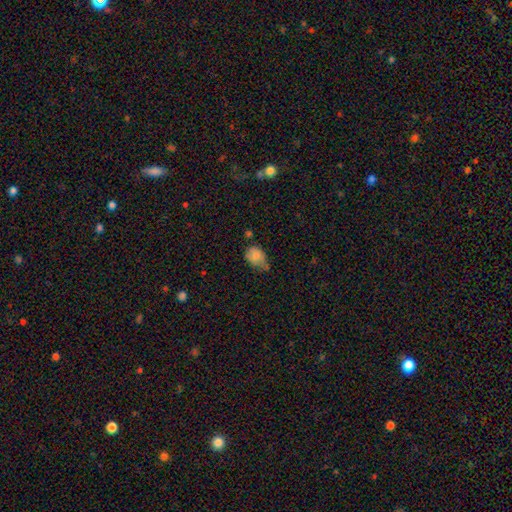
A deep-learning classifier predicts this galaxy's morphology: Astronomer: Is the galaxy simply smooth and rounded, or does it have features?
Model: smooth — 74%.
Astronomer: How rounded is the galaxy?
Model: in between — 73%.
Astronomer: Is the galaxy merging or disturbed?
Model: minor disturbance — 45% (runner-up: none, 27%).